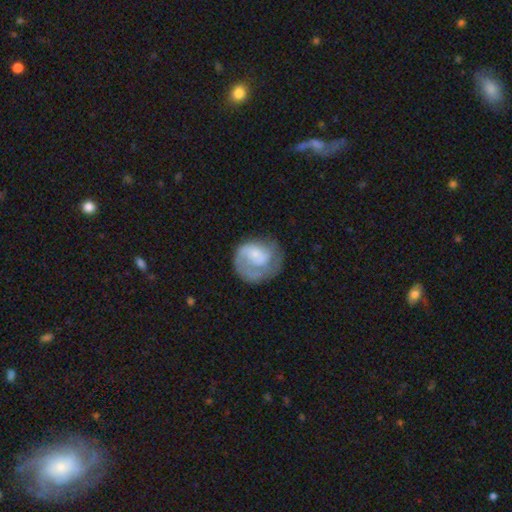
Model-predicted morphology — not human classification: This appears to be a featured or disk galaxy (59%) with no bar (72%), spiral arms (75%) and a small central bulge (51%). Merging: none (49%).